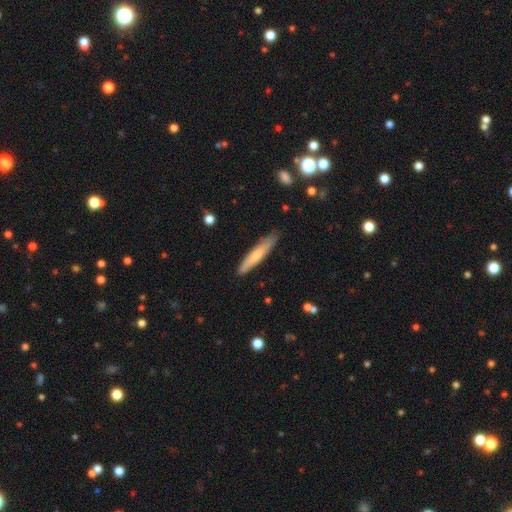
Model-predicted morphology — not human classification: Overall: smooth (65%; featured or disk 29%). How rounded: cigar-shaped (91%). Merging: none (83%).